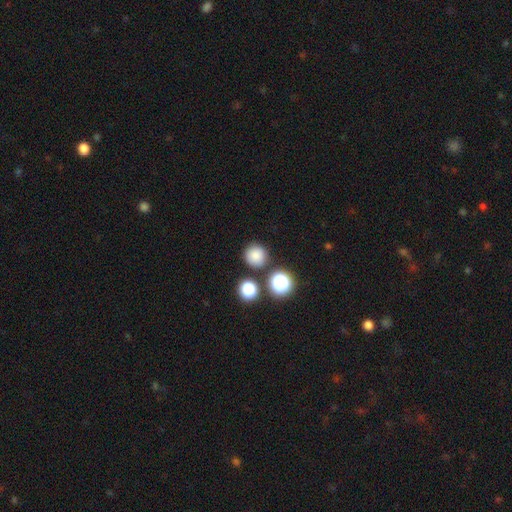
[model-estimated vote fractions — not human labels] Morphology: type=smooth (80%); roundness=round (93%); merging=none (81%).